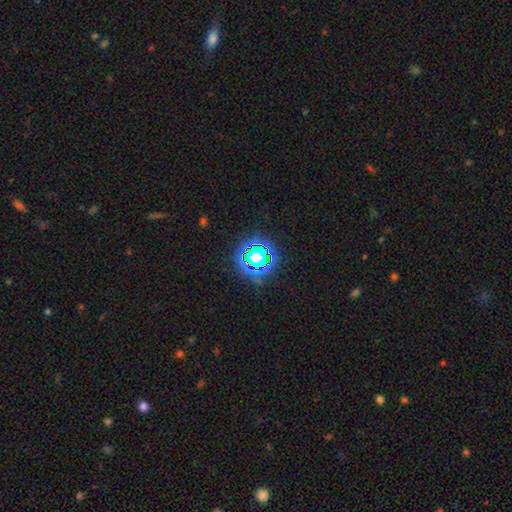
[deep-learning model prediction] Smooth or featured?
  - star or artifact: 73% *
  - smooth: 18%
  - featured or disk: 9%